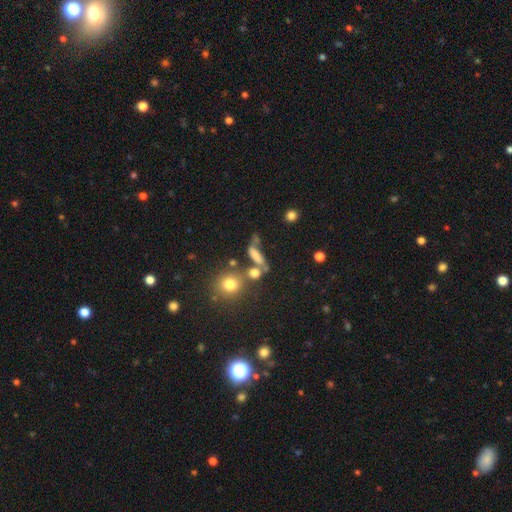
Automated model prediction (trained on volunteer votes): smooth 56%, featured or disk 25%, star or artifact 19%. Down the decision tree: how rounded — cigar-shaped (43%); merging — none (41%).